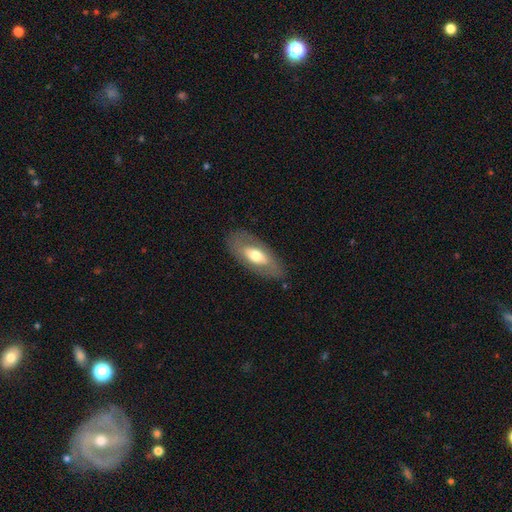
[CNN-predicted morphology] Overall: smooth (51%; featured or disk 44%). How rounded: in between (86%). Merging: none (82%).